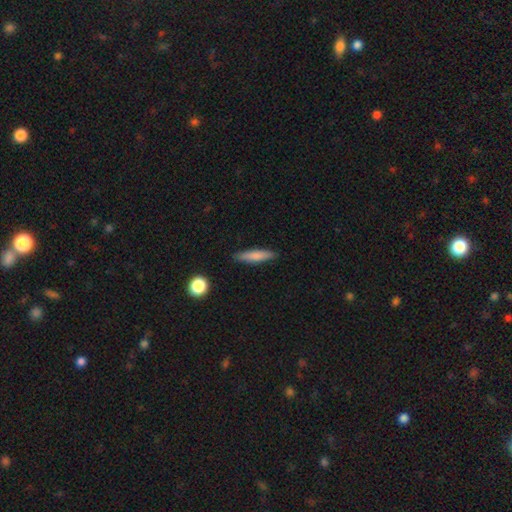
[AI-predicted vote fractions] smooth-or-featured: smooth: 77% | featured or disk: 16% | star or artifact: 7%
  how-rounded: cigar-shaped: 82% | in between: 16% | round: 2%
  merging: none: 87% | minor disturbance: 9% | major disturbance: 2% | merger: 1%